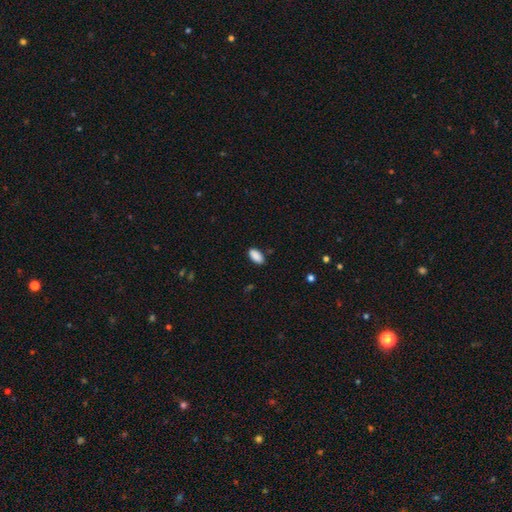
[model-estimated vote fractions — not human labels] Overall: smooth (90%). How rounded: in between (94%). Merging: none (86%).